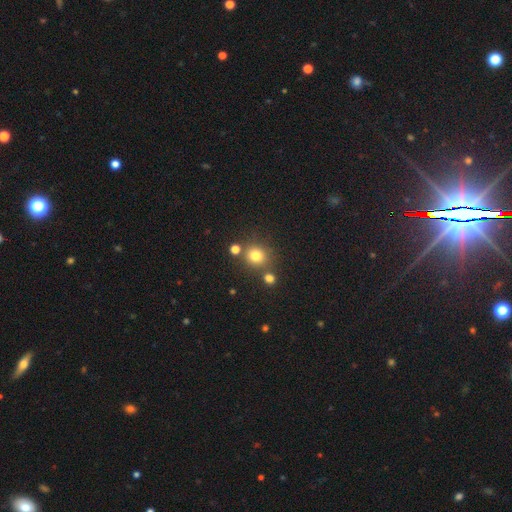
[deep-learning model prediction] smooth-or-featured: smooth: 77% | star or artifact: 15% | featured or disk: 7%
  how-rounded: round: 89% | in between: 10% | cigar-shaped: 1%
  merging: none: 75% | merger: 13% | minor disturbance: 9% | major disturbance: 4%